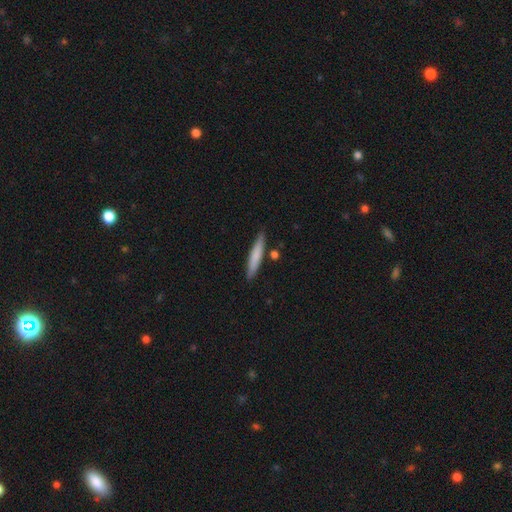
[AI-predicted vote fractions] Smooth or featured? smooth (74%)
How rounded? cigar-shaped (92%)
Merging? none (83%)